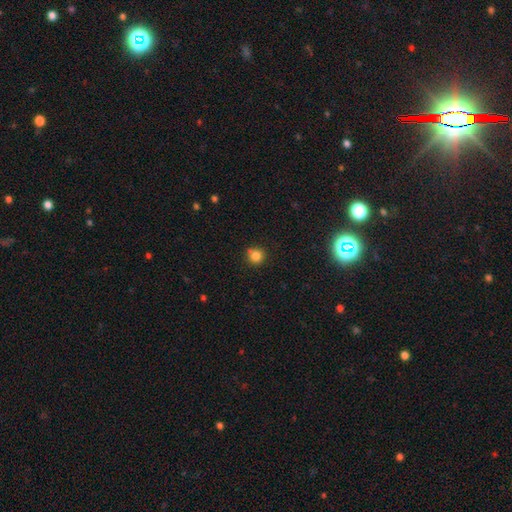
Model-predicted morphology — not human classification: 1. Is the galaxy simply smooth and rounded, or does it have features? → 83% smooth, 12% star or artifact, 5% featured or disk.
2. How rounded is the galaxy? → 90% round, 9% in between, 1% cigar-shaped.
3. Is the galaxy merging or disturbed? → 81% none, 13% minor disturbance, 3% merger, 3% major disturbance.